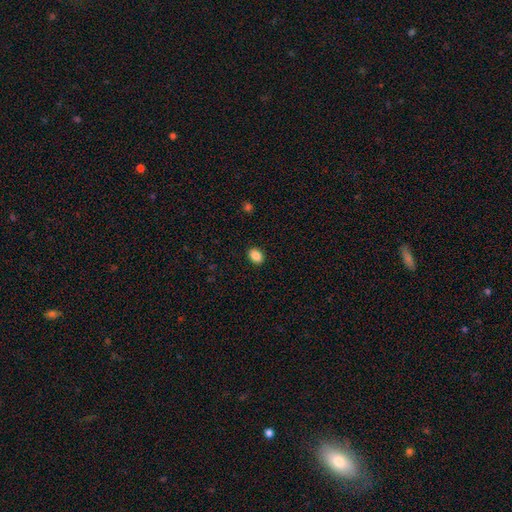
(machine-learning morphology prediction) Overall: smooth (88%). How rounded: in between (71%). Merging: none (90%).